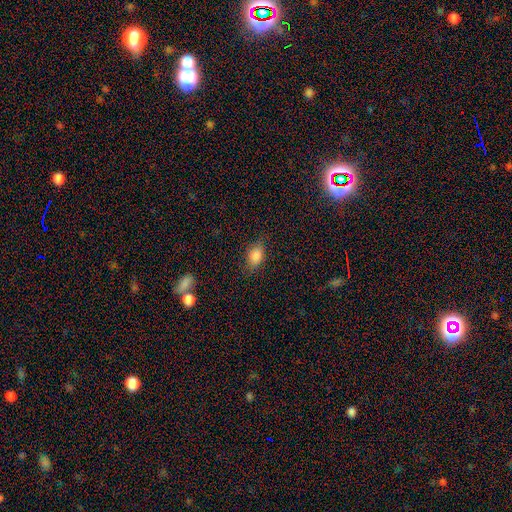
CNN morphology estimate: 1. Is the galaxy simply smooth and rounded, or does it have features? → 83% smooth, 10% star or artifact, 7% featured or disk.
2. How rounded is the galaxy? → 79% in between, 19% round, 2% cigar-shaped.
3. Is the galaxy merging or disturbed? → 77% none, 17% minor disturbance, 4% major disturbance, 2% merger.